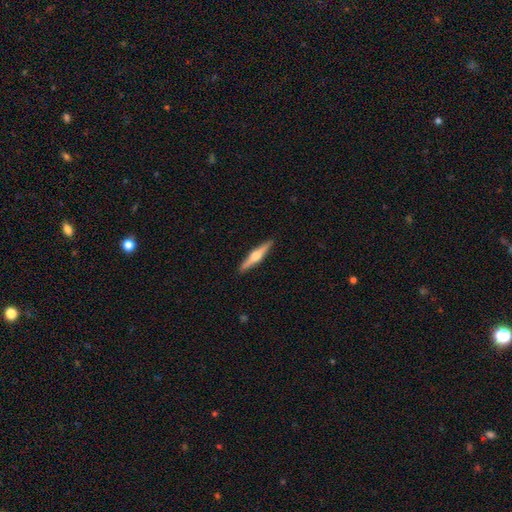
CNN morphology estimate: smooth-or-featured: featured or disk: 68% | smooth: 27% | star or artifact: 5%
  disk-edge-on: yes: 98% | no: 2%
    edge-on-bulge: rounded: 94% | boxy: 4% | none: 2%
  merging: none: 92% | minor disturbance: 6% | major disturbance: 1% | merger: 1%